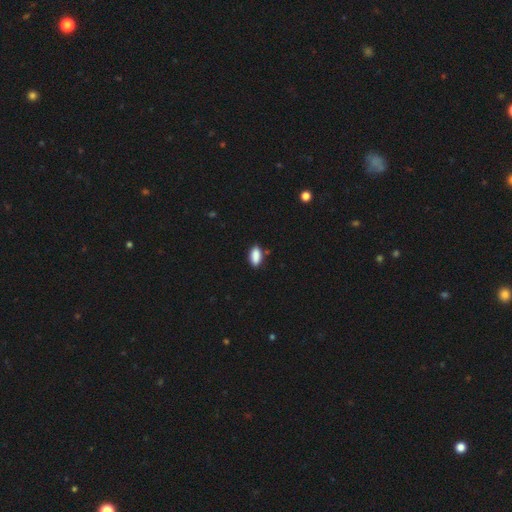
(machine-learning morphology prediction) A smooth galaxy with no disk features (89%) that is in between round and cigar-shaped (90%). Merging: none (82%).